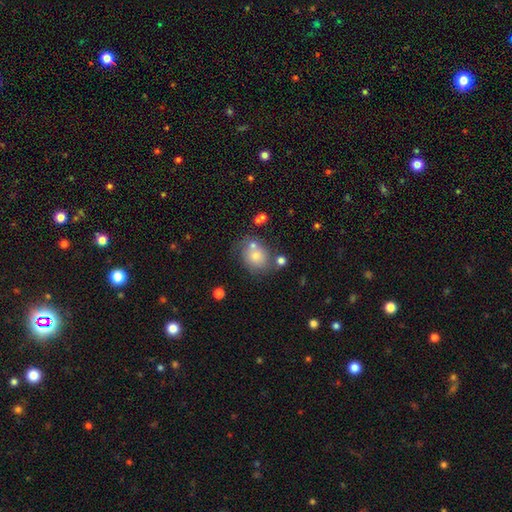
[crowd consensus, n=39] A featured or disk galaxy (46%) with no bar (89%), 2 (57%) tight (50%) spiral arms (78%) and a small central bulge (56%). Merging: none (57%).